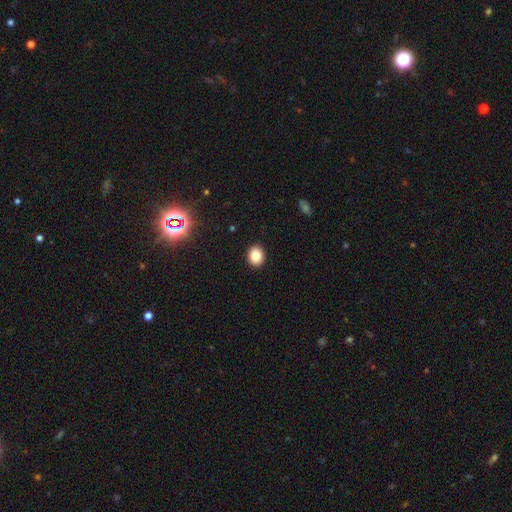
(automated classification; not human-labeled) smooth_or_featured: smooth (p=0.83) [alt: star or artifact p=0.11]
how_rounded: round (p=0.63) [alt: in between p=0.36]
merging: none (p=0.92) [alt: minor disturbance p=0.06]